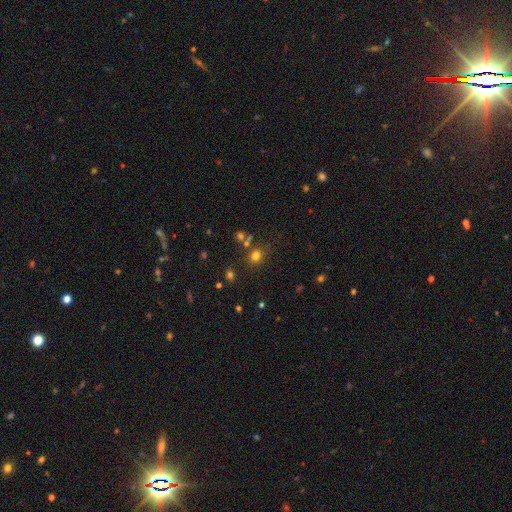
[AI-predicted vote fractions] smooth_or_featured: smooth (p=0.71) [alt: star or artifact p=0.22]
how_rounded: round (p=0.81) [alt: in between p=0.18]
merging: none (p=0.73) [alt: minor disturbance p=0.11]